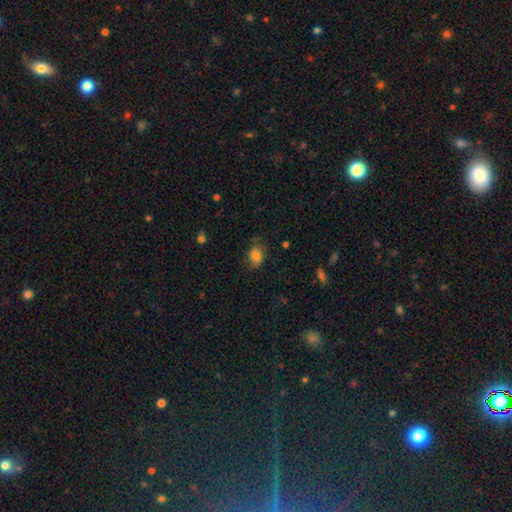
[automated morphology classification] Smooth or featured? smooth (72%)
How rounded? in between (61%)
Merging? none (61%)